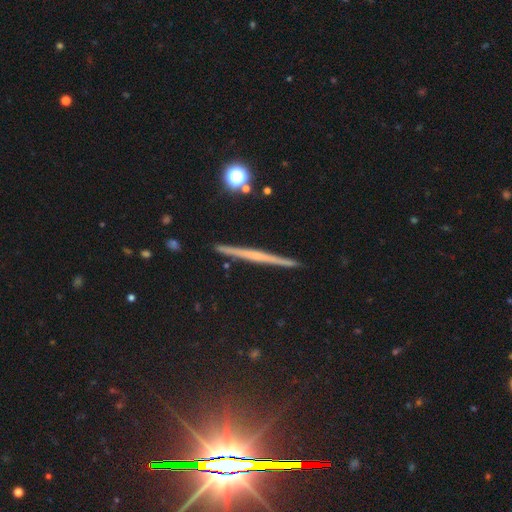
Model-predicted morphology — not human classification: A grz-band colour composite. It shows a featured or disk galaxy (65%) viewed edge-on (98%) with no central bulge (66%). Merging: none (92%).